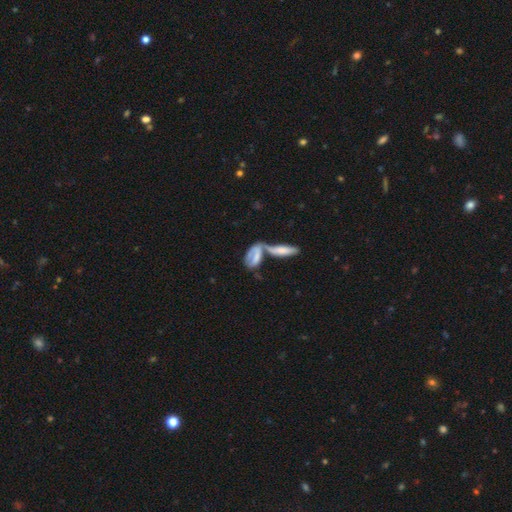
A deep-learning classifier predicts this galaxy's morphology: Smooth or featured: smooth — 53% (featured or disk — 39%)
How rounded: in between — 72% (cigar-shaped — 24%)
Merging: merger — 60% (none — 22%)